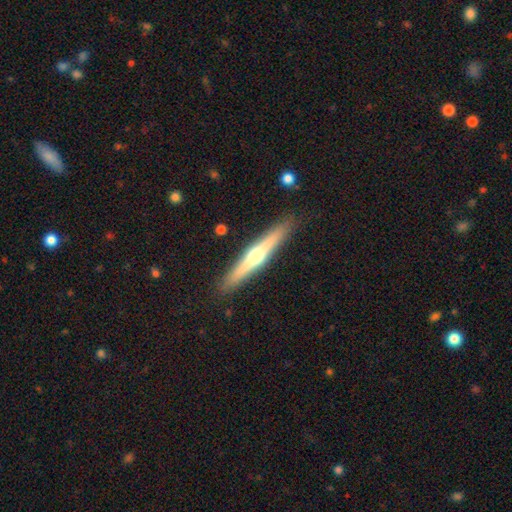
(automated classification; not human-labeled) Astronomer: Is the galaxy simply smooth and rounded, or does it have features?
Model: featured or disk — 64%.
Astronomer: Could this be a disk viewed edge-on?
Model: yes — 97%.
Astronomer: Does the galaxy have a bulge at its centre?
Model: rounded — 89%.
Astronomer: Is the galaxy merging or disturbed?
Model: none — 90%.